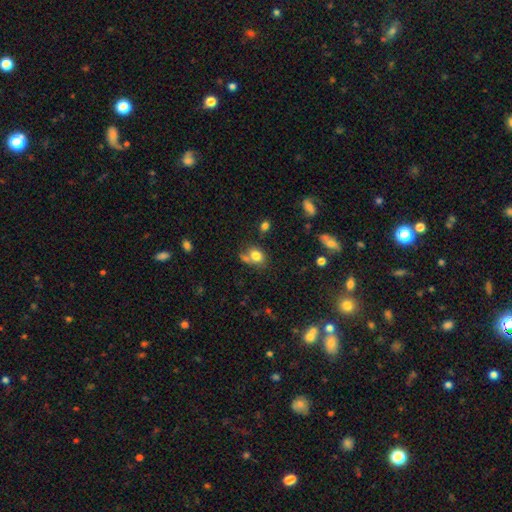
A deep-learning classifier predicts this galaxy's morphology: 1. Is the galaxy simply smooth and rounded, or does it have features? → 78% smooth, 11% star or artifact, 10% featured or disk.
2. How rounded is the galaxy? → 51% in between, 48% round, 1% cigar-shaped.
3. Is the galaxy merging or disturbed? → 50% none, 22% merger, 19% minor disturbance, 9% major disturbance.